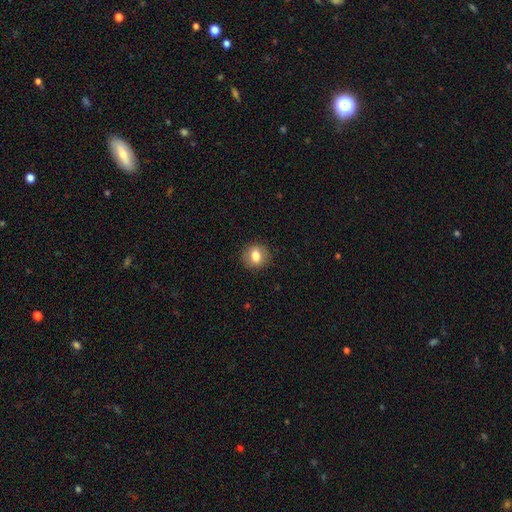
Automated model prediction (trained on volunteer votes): This is likely a smooth galaxy (79%). How rounded: likely round (77%). Merging: clearly none (89%).